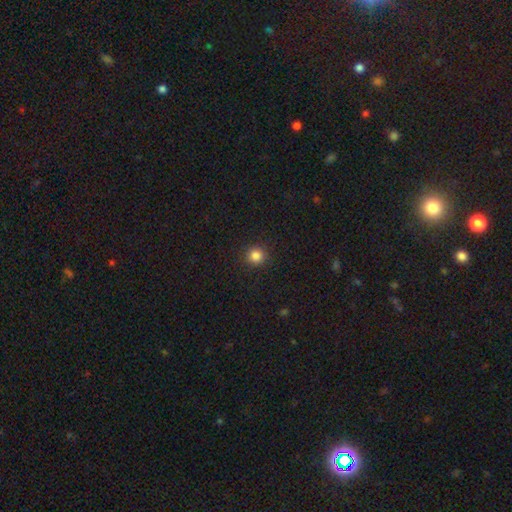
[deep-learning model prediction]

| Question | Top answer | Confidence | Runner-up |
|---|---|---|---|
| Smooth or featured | smooth | 84% | star or artifact (12%) |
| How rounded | round | 92% | in between (7%) |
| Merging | none | 91% | minor disturbance (6%) |